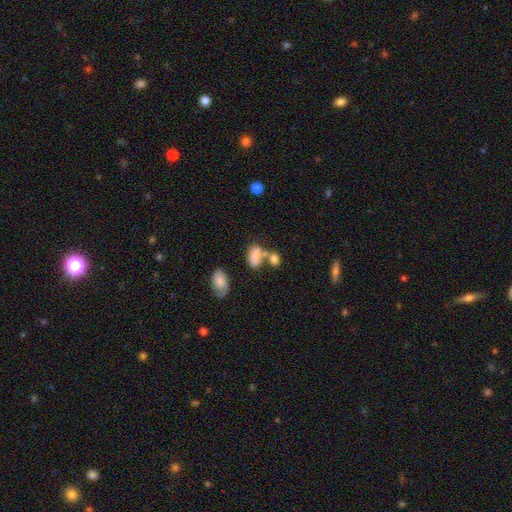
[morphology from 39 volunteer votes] smooth 79%, featured or disk 10%, star or artifact 10%. Down the decision tree: how rounded — in between (90%); merging — merger (37%).